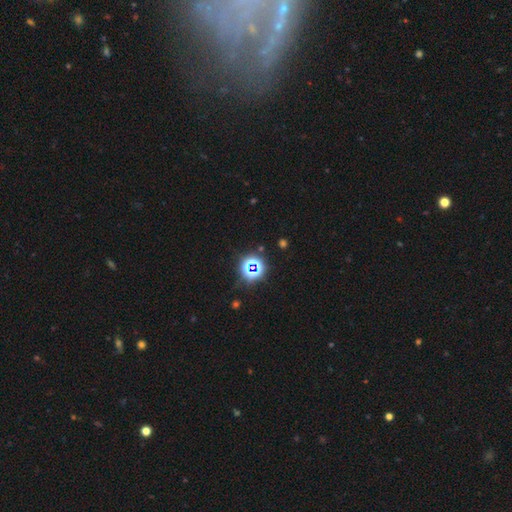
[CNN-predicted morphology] Smooth or featured?
  - star or artifact: 79% *
  - smooth: 14%
  - featured or disk: 7%